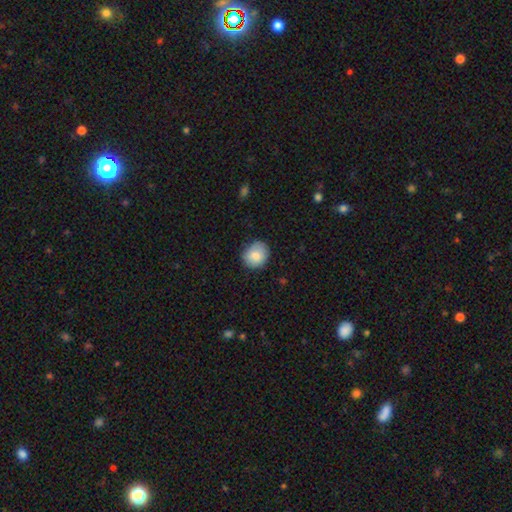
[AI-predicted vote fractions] This appears to be a smooth galaxy with no disk features (84%) that is round (74%). Merging: none (79%).